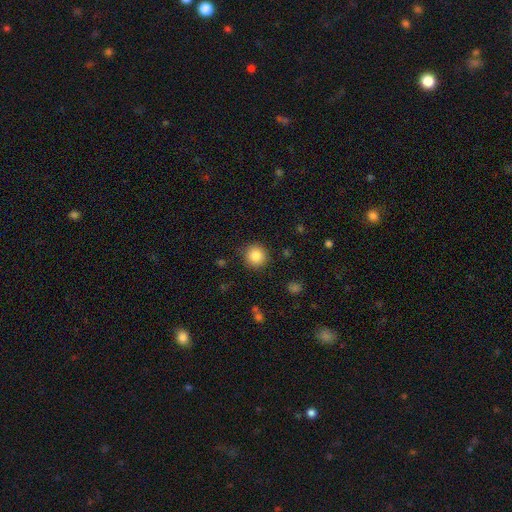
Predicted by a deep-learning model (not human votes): Smooth or featured? Predicted: smooth (p=0.84). How rounded? Predicted: round (p=0.94). Merging? Predicted: none (p=0.90).